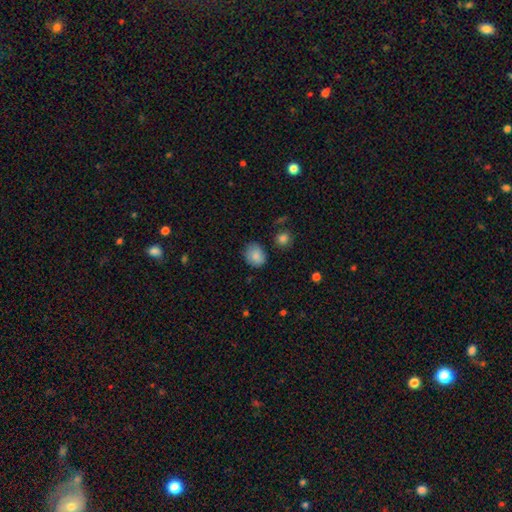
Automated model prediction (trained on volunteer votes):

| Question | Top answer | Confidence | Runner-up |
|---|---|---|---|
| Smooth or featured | smooth | 85% | star or artifact (8%) |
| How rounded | round | 61% | in between (38%) |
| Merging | none | 77% | minor disturbance (17%) |